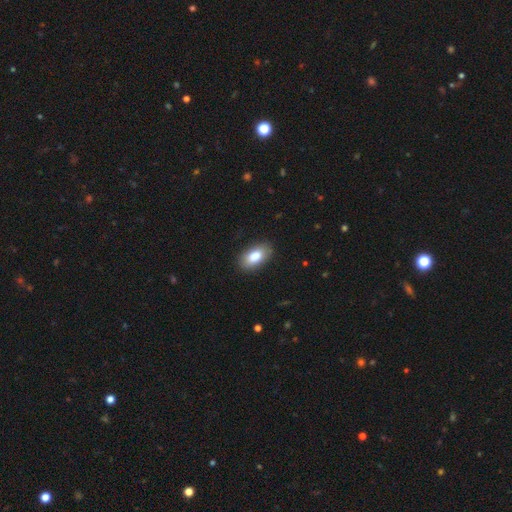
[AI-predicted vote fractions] This is clearly a smooth galaxy (81%). How rounded: clearly in between (92%). Merging: clearly none (88%).